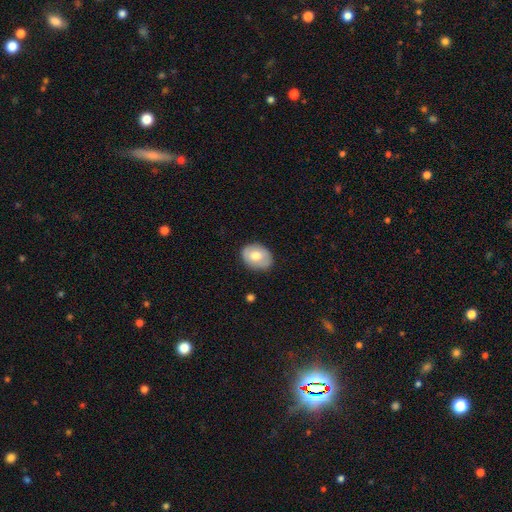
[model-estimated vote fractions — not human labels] A smooth galaxy with no disk features (68%) that is in between round and cigar-shaped (66%). Merging: none (82%).